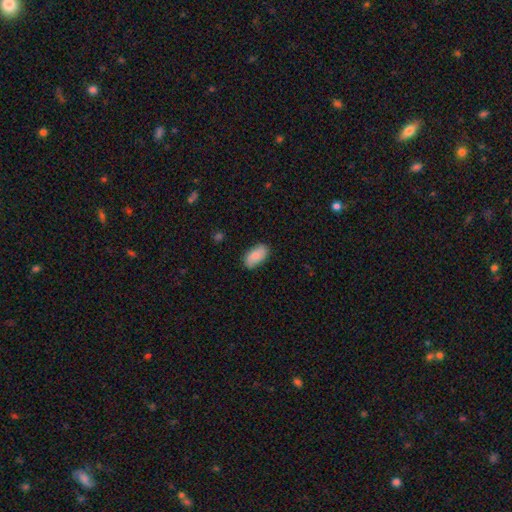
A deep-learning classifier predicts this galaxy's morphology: A smooth galaxy with no disk features (80%) that is in between round and cigar-shaped (94%). Merging: none (82%).